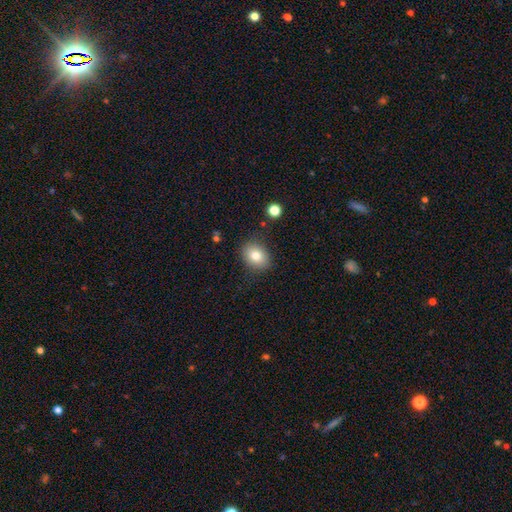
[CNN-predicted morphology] type=smooth (79%); roundness=in between (57%); merging=none (82%).